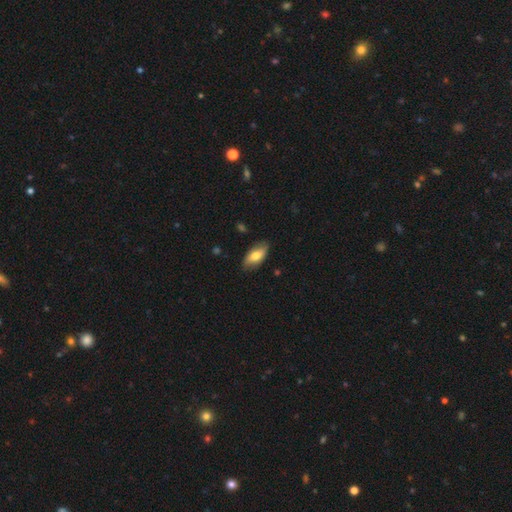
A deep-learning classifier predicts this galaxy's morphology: Smooth or featured: smooth — 70% (featured or disk — 23%)
How rounded: in between — 91% (cigar-shaped — 6%)
Merging: none — 82% (minor disturbance — 15%)